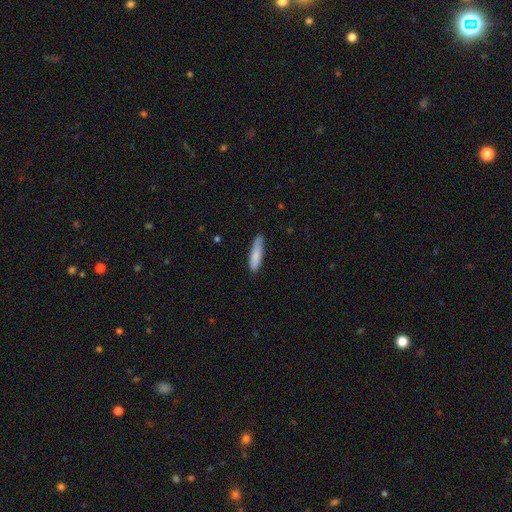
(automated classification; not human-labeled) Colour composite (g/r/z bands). It shows a smooth galaxy with no disk features (84%) that is cigar-shaped (74%). Merging: none (77%).